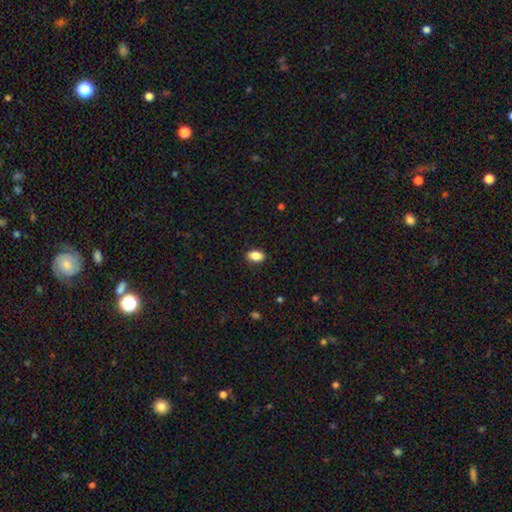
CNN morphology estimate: smooth 86%, star or artifact 8%, featured or disk 6%. Down the decision tree: how rounded — in between (89%); merging — none (88%).